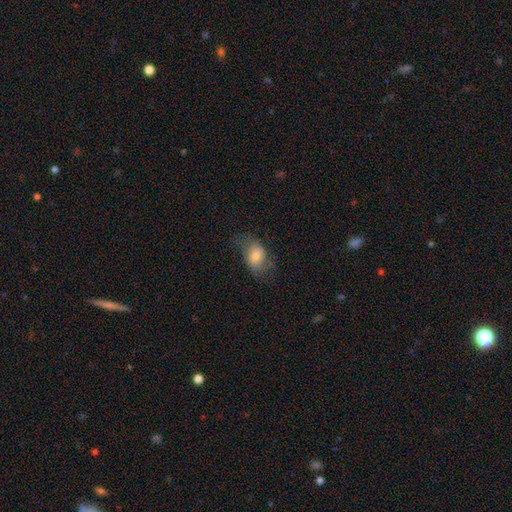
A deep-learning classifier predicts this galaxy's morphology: A smooth galaxy with no disk features (67%) that is in between round and cigar-shaped (82%).

Vote fractions:
- Smooth or featured? smooth: 67% / featured or disk: 25% / star or artifact: 8%
- How rounded? in between: 82% / round: 17% / cigar-shaped: 2%
- Merging? none: 54% / minor disturbance: 27% / major disturbance: 17% / merger: 1%